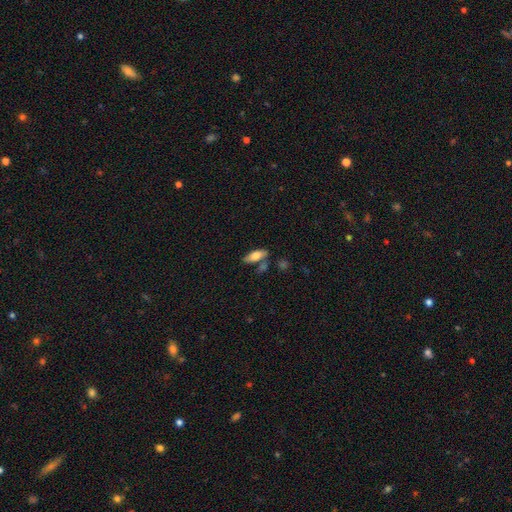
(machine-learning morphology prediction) smooth_or_featured: smooth (p=0.72) [alt: featured or disk p=0.21]
how_rounded: in between (p=0.73) [alt: cigar-shaped p=0.24]
merging: none (p=0.61) [alt: minor disturbance p=0.18]